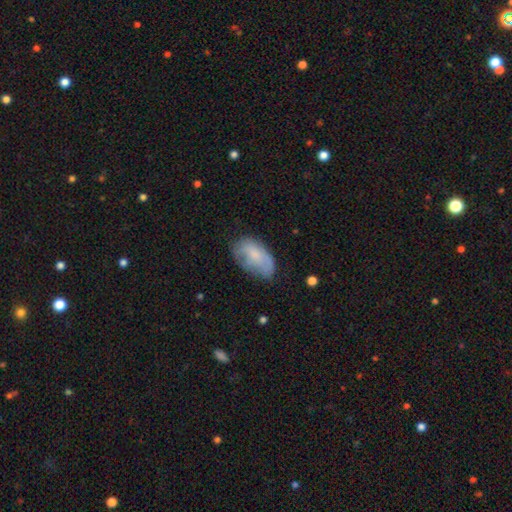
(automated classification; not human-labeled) Overall: smooth (66%; featured or disk 26%). How rounded: in between (93%). Merging: none (52%; minor disturbance 32%).